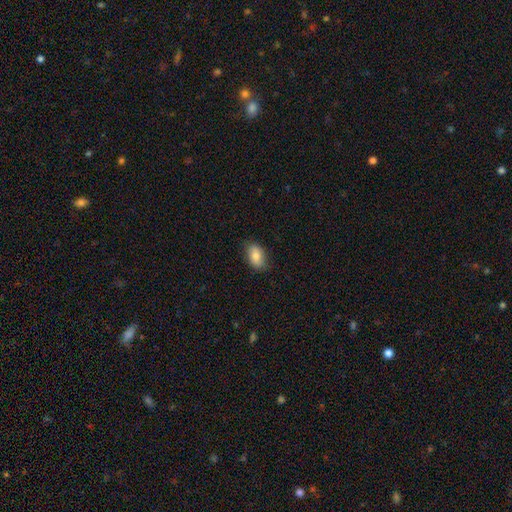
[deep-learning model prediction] Overall: smooth (81%). How rounded: in between (90%). Merging: none (83%).